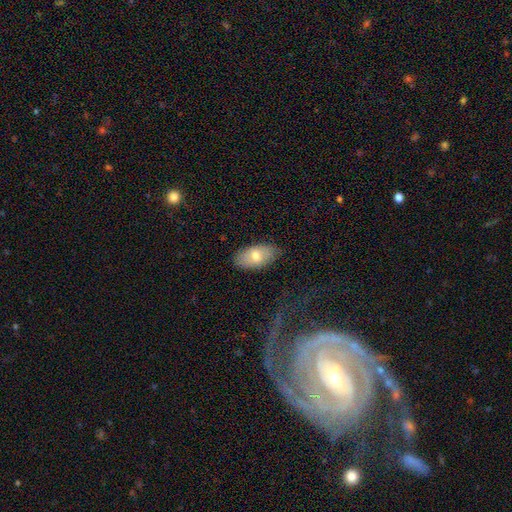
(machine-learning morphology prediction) Smooth or featured: smooth — 71% (featured or disk — 22%)
How rounded: in between — 93% (round — 4%)
Merging: none — 83% (minor disturbance — 13%)